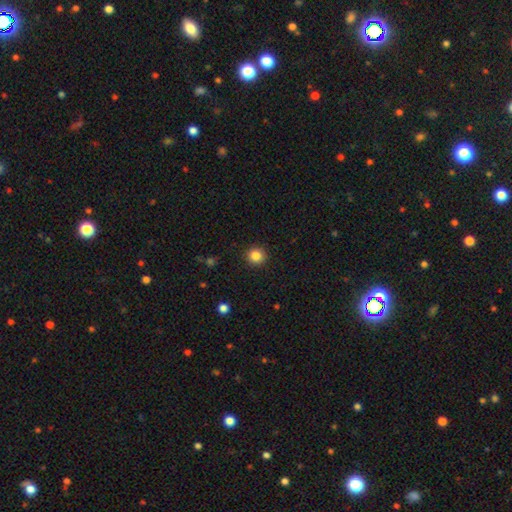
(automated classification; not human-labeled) A smooth galaxy with no disk features (85%) that is round (93%). Merging: none (92%).